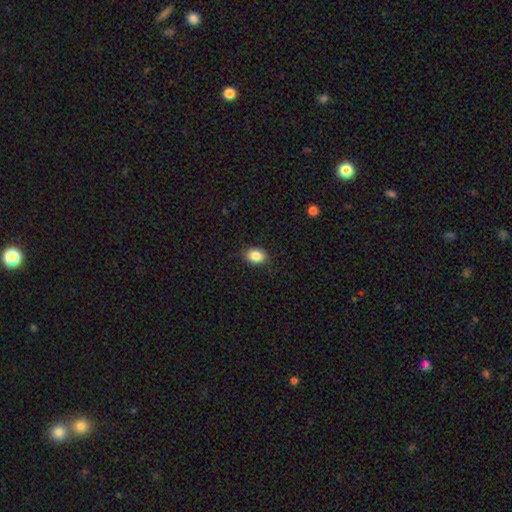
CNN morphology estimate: Smooth or featured?
  - smooth: 87% *
  - star or artifact: 9%
  - featured or disk: 5%
How rounded?
  - in between: 73% *
  - round: 26%
  - cigar-shaped: 1%
Merging?
  - none: 87% *
  - minor disturbance: 10%
  - major disturbance: 2%
  - merger: 1%